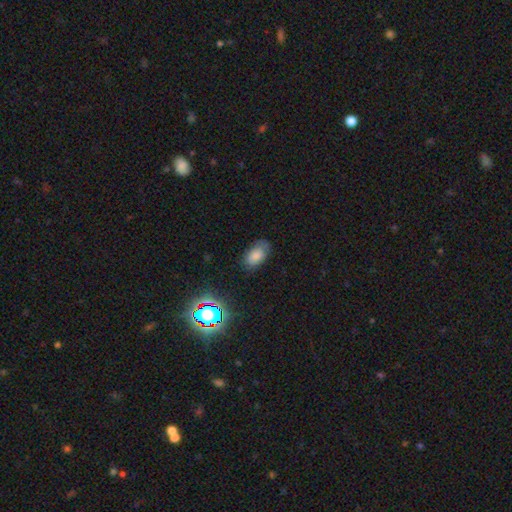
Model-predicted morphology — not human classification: Overall: smooth (77%). How rounded: in between (92%). Merging: none (69%).